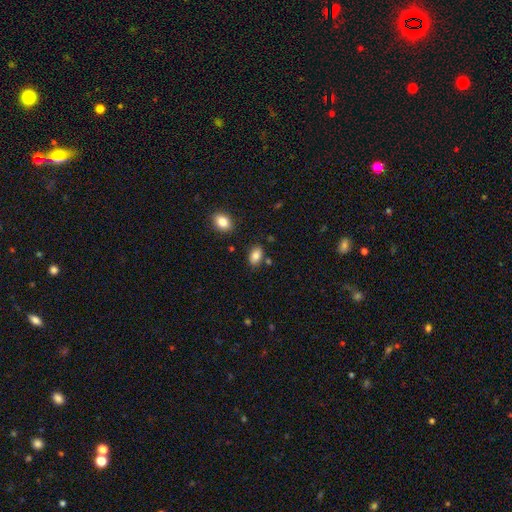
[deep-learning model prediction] A smooth galaxy with no disk features (85%) that is in between round and cigar-shaped (89%).

Vote fractions:
- Smooth or featured? smooth: 85% / star or artifact: 8% / featured or disk: 7%
- How rounded? in between: 89% / round: 10% / cigar-shaped: 2%
- Merging? none: 81% / minor disturbance: 11% / merger: 5% / major disturbance: 3%